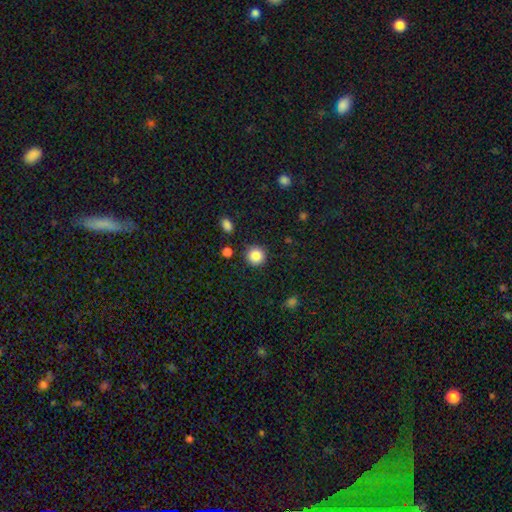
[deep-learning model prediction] This is clearly a smooth galaxy (86%). How rounded: clearly round (94%). Merging: clearly none (88%).